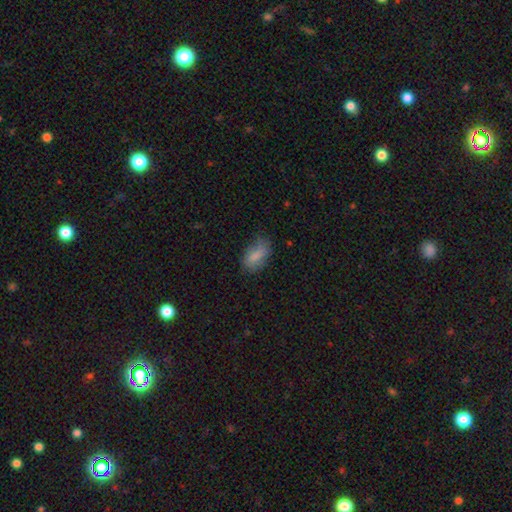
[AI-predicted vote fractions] Smooth or featured: smooth — 82% (featured or disk — 11%)
How rounded: in between — 91% (round — 6%)
Merging: none — 63% (minor disturbance — 27%)